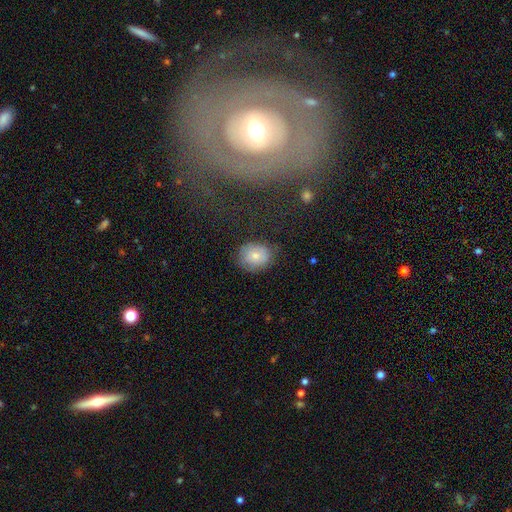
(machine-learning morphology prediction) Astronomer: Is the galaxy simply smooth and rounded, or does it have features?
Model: smooth — 73%.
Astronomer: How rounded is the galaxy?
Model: round — 56% (runner-up: in between, 43%).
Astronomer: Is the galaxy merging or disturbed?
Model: none — 72%.